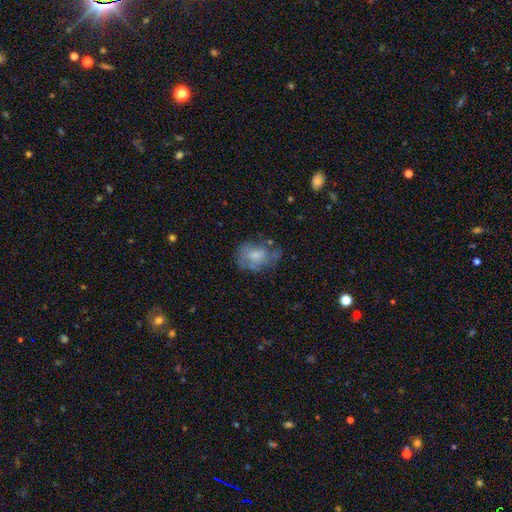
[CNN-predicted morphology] Overall: smooth (59%; featured or disk 32%). How rounded: in between (68%; round 30%). Merging: none (44%; minor disturbance 30%).